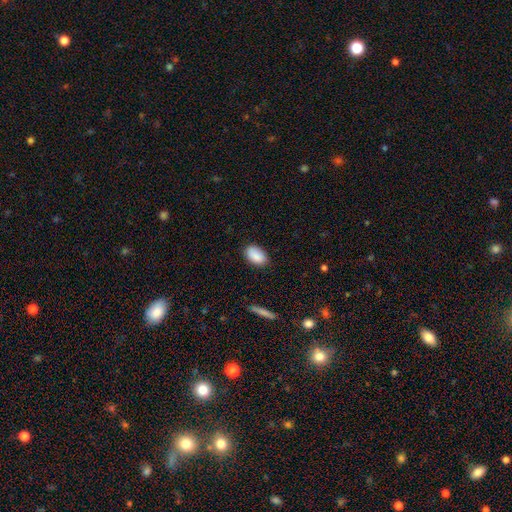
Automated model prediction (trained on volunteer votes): This appears to be a smooth galaxy with no disk features (89%) that is in between round and cigar-shaped (91%). Merging: none (81%).